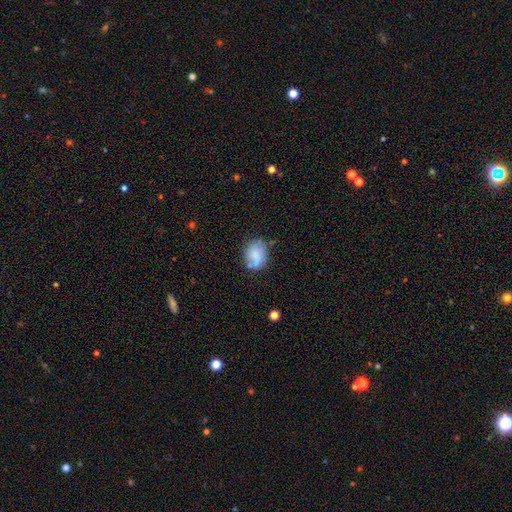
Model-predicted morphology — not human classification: type=smooth (67%); roundness=in between (54%); merging=none (52%).